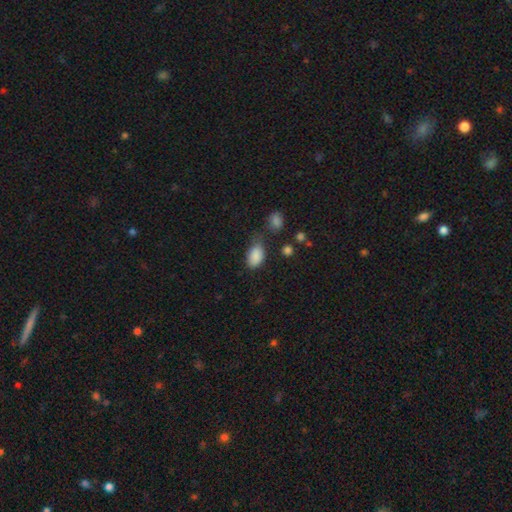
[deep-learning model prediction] smooth_or_featured: smooth (p=0.87) [alt: star or artifact p=0.09]
how_rounded: in between (p=0.91) [alt: round p=0.08]
merging: none (p=0.51) [alt: minor disturbance p=0.32]